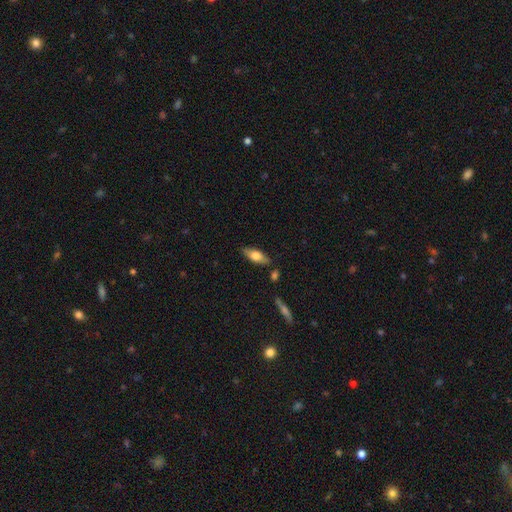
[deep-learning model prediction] The model was most divided on "smooth or featured": smooth: 63%, featured or disk: 30%, star or artifact: 6%. More confident: merging — none (81%); how rounded — in between (70%).